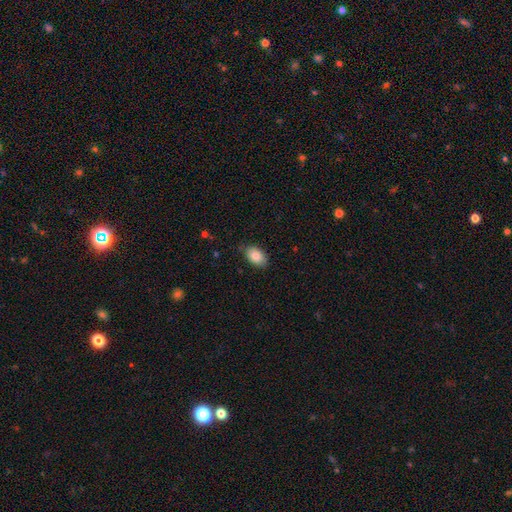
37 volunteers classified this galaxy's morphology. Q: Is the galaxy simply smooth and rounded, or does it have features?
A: smooth — 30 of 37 (81%).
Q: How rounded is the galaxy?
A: in between — 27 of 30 (90%).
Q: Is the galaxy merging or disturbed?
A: none — 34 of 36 (94%).